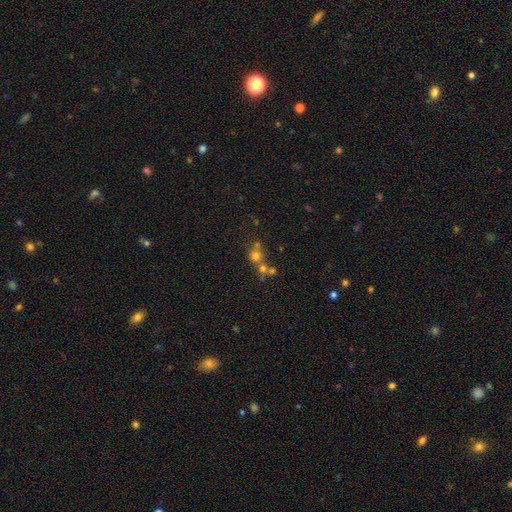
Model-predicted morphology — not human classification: This appears to be a smooth galaxy with no disk features (62%) that is round (85%). Merging: none (46%).